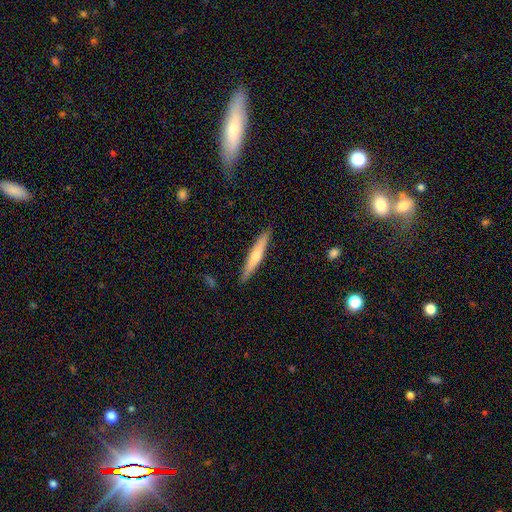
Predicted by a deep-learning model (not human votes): featured or disk 49%, smooth 45%, star or artifact 6%. Down the decision tree: merging — none (89%).